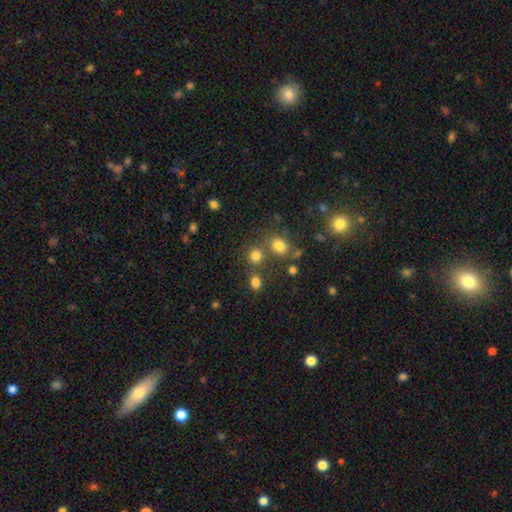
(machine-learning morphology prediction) type=smooth (77%); roundness=round (80%); merging=none (63%).